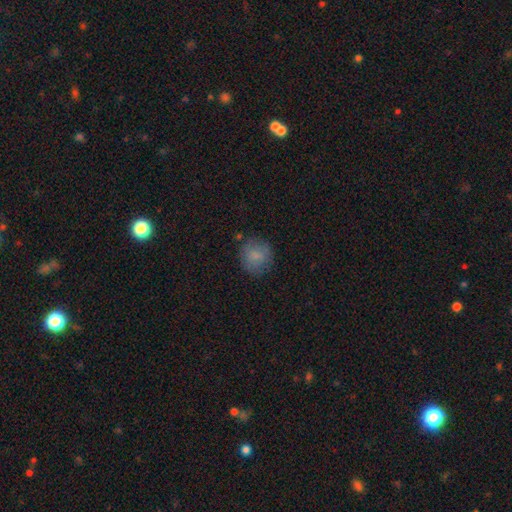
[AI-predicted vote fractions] A smooth galaxy with no disk features (80%) that is round (85%).

Vote fractions:
- Smooth or featured? smooth: 80% / featured or disk: 12% / star or artifact: 8%
- How rounded? round: 85% / in between: 14% / cigar-shaped: 1%
- Merging? none: 77% / minor disturbance: 16% / major disturbance: 5% / merger: 2%